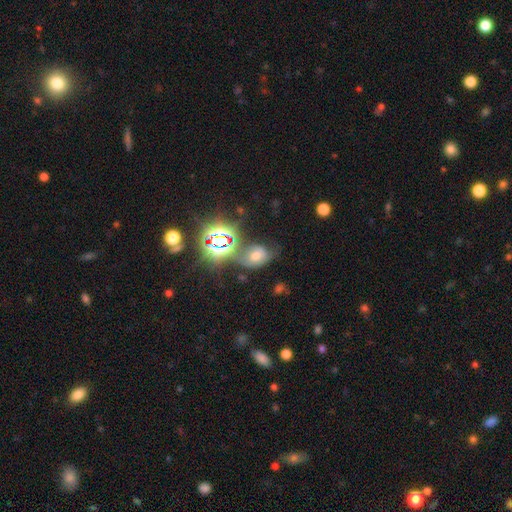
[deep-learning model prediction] Q: Smooth or featured?
A: star or artifact (38%); tied with: smooth (38%)